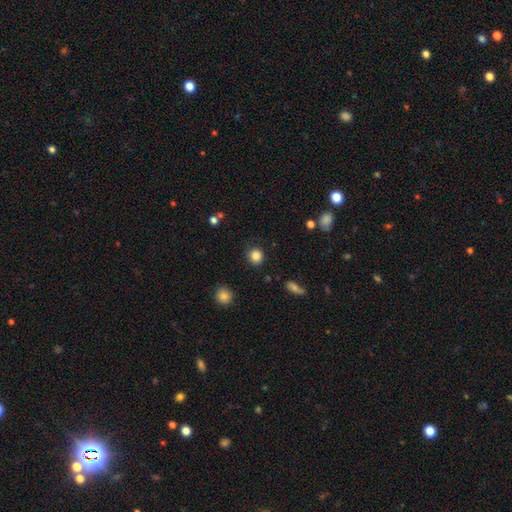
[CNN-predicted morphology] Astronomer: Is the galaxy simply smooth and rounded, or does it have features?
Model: smooth — 84%.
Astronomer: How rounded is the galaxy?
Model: round — 87%.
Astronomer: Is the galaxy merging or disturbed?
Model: none — 85%.